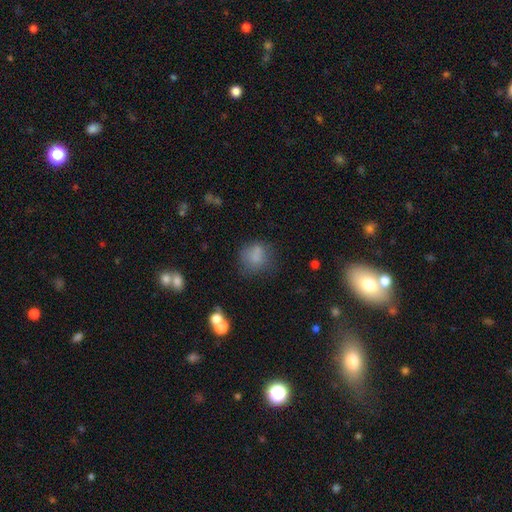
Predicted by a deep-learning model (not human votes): A smooth galaxy with no disk features (75%) that is round (69%).

Vote fractions:
- Smooth or featured? smooth: 75% / star or artifact: 13% / featured or disk: 12%
- How rounded? round: 69% / in between: 30% / cigar-shaped: 1%
- Merging? none: 58% / minor disturbance: 22% / major disturbance: 13% / merger: 6%